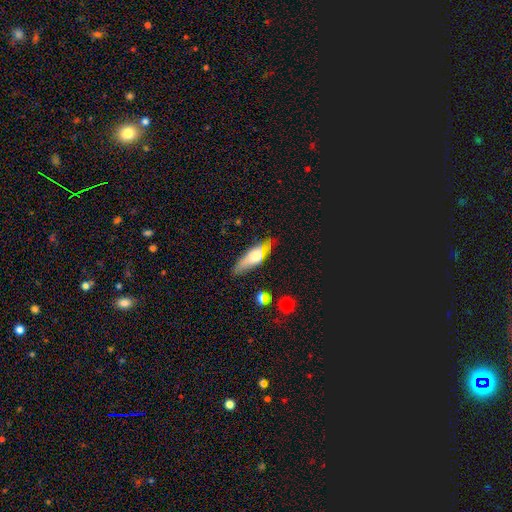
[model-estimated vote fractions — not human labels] This appears to be a smooth galaxy with no disk features (49%). Merging: none (75%).